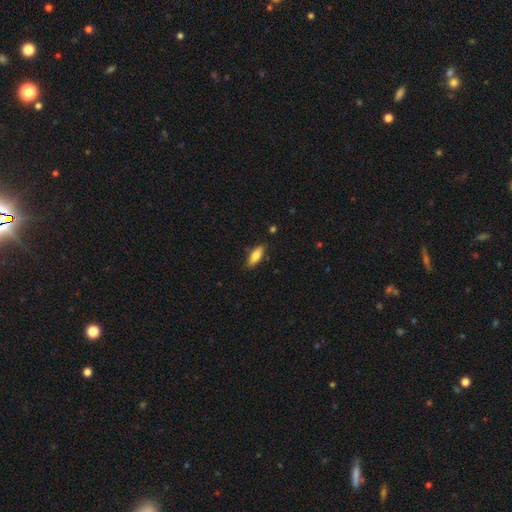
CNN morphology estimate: Smooth or featured? Predicted: smooth (p=0.76). How rounded? Predicted: in between (p=0.64). Merging? Predicted: none (p=0.82).